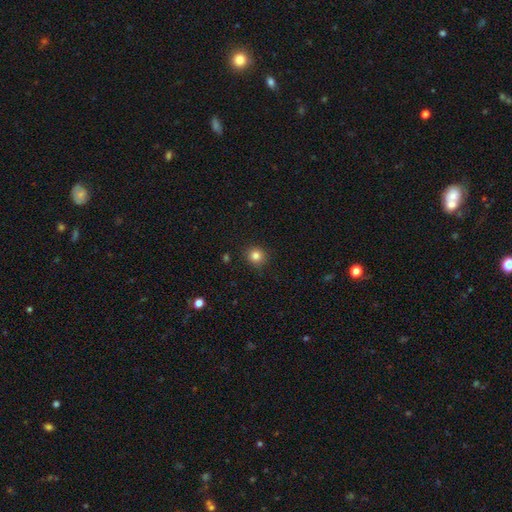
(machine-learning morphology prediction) The model was most divided on "smooth or featured": smooth: 83%, star or artifact: 12%, featured or disk: 5%. More confident: how rounded — round (90%); merging — none (90%).